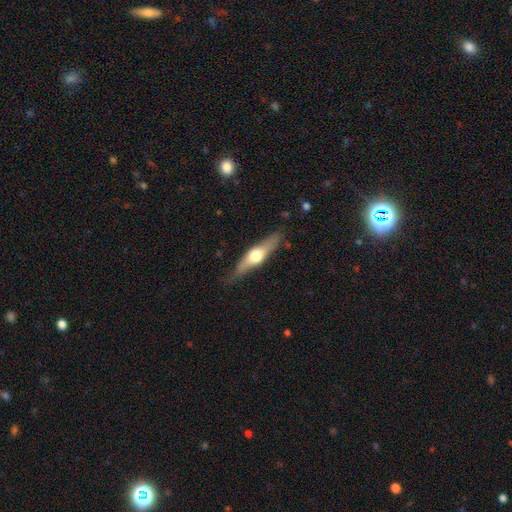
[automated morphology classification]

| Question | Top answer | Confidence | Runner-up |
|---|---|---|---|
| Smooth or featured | featured or disk | 58% | smooth (37%) |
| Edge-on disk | yes | 92% | no (8%) |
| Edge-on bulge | rounded | 94% | boxy (3%) |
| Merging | none | 81% | minor disturbance (14%) |